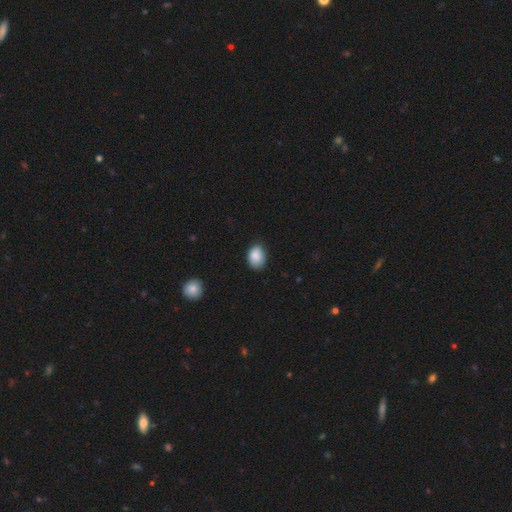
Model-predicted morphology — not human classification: smooth_or_featured: smooth (p=0.87) [alt: star or artifact p=0.08]
how_rounded: in between (p=0.77) [alt: round p=0.22]
merging: none (p=0.71) [alt: minor disturbance p=0.24]